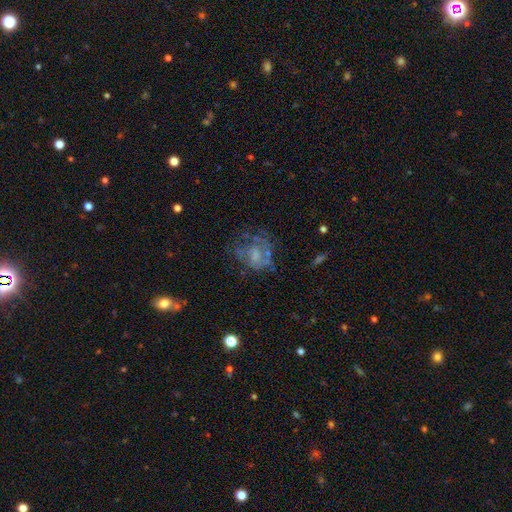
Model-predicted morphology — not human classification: smooth_or_featured: featured or disk (p=0.52) [alt: smooth p=0.33]
disk_edge_on: no (p=0.98) [alt: yes p=0.02]
bar: no (p=0.78) [alt: weak p=0.18]
has_spiral_arms: no (p=0.76) [alt: yes p=0.24]
bulge_size: none (p=0.45) [alt: small p=0.26]
merging: none (p=0.38) [alt: major disturbance p=0.34]